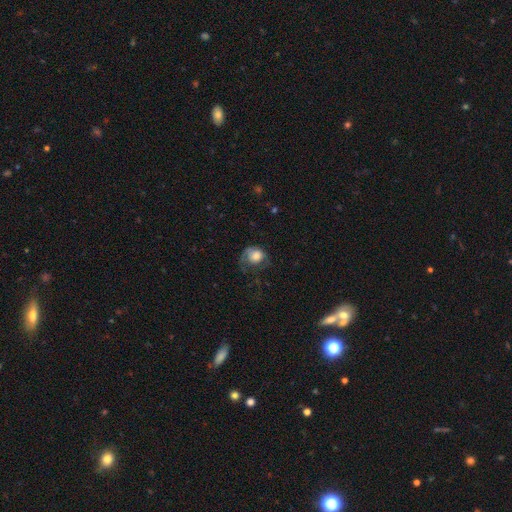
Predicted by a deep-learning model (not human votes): Smooth or featured: smooth — 65% (featured or disk — 26%)
How rounded: round — 66% (in between — 33%)
Merging: major disturbance — 38% (none — 35%)